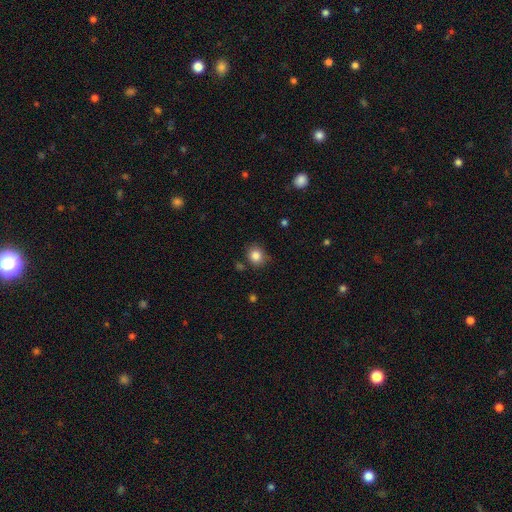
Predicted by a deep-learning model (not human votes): Morphology: type=smooth (84%); roundness=round (77%); merging=none (79%).